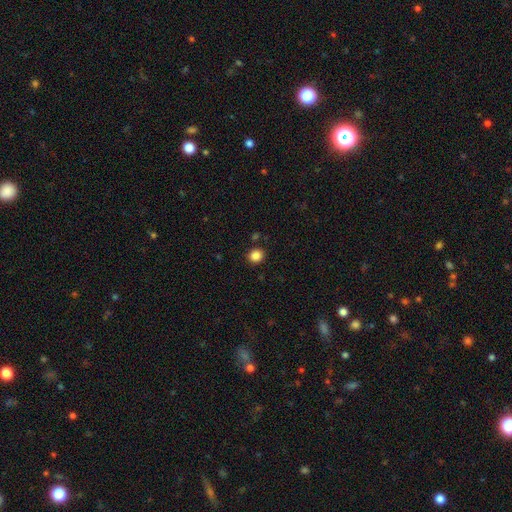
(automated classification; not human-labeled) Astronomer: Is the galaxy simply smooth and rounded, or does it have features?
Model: smooth — 86%.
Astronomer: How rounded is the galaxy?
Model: round — 83%.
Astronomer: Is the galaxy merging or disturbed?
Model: none — 89%.